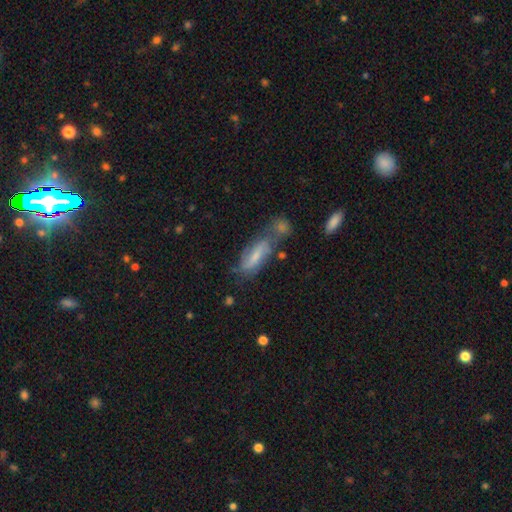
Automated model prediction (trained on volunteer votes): Smooth or featured? Predicted: featured or disk (p=0.46). Merging? Predicted: none (p=0.47).